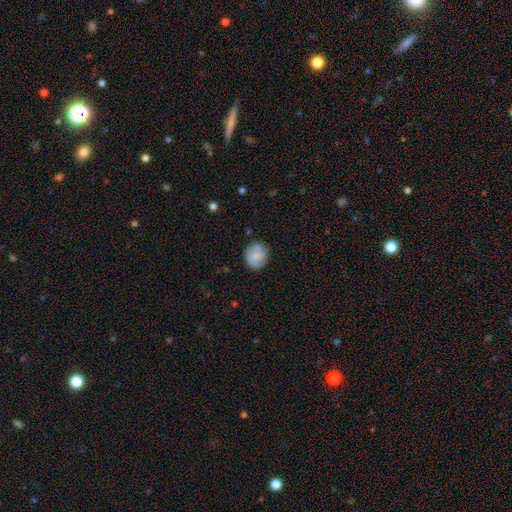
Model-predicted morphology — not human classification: Smooth or featured? smooth (75%)
How rounded? round (83%)
Merging? none (81%)